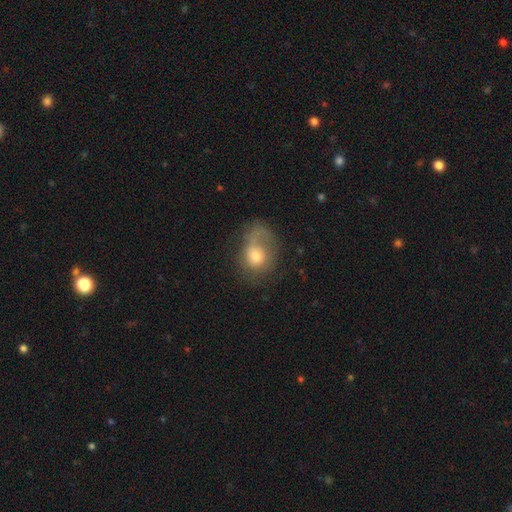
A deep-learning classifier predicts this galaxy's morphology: smooth-or-featured: smooth: 53% | featured or disk: 38% | star or artifact: 9%
  how-rounded: in between: 54% | round: 44% | cigar-shaped: 1%
  merging: major disturbance: 40% | none: 33% | minor disturbance: 23% | merger: 5%